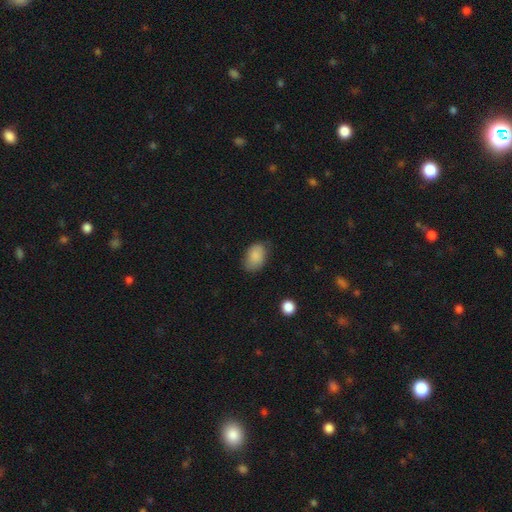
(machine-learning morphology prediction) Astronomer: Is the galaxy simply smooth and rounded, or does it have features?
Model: smooth — 86%.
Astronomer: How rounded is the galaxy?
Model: in between — 86%.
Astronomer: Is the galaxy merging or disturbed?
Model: none — 70%.